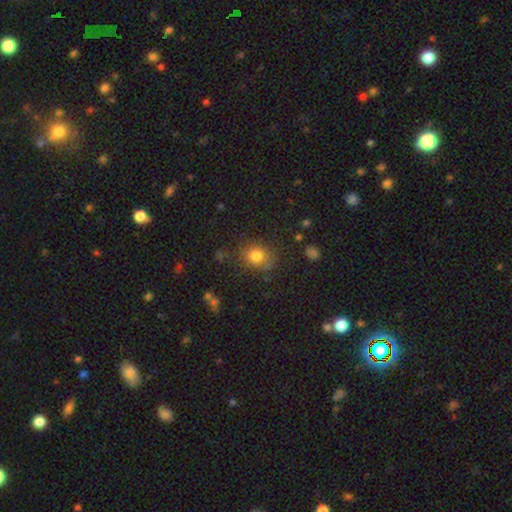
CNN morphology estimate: Q: Smooth or featured?
A: smooth (77%); runner-up: star or artifact (14%)
Q: How rounded?
A: round (67%); runner-up: in between (32%)
Q: Merging?
A: none (75%); runner-up: minor disturbance (17%)